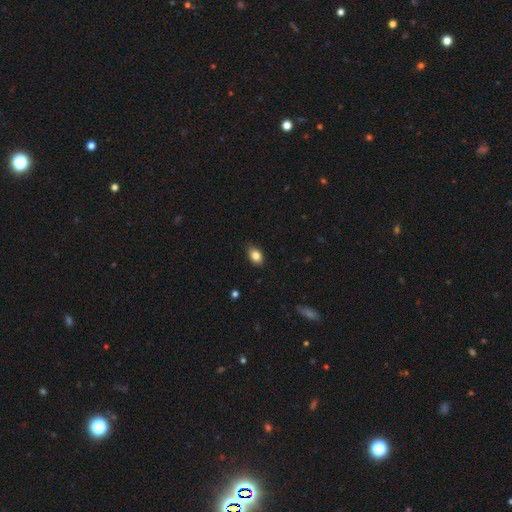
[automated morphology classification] This appears to be a smooth galaxy with no disk features (85%) that is in between round and cigar-shaped (84%). Merging: none (84%).